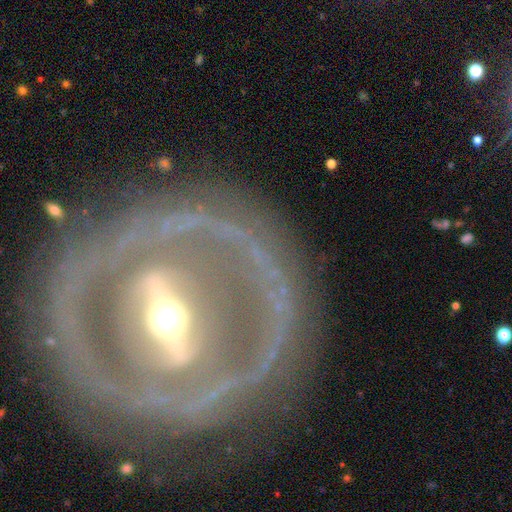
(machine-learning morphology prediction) This is clearly a featured or disk galaxy (84%). It is clearly not viewed edge-on (88%). Bar: likely strong (67%). Spiral arm pattern: possibly no (58%). Central bulge: likely moderate (66%). Merging: likely none (77%).